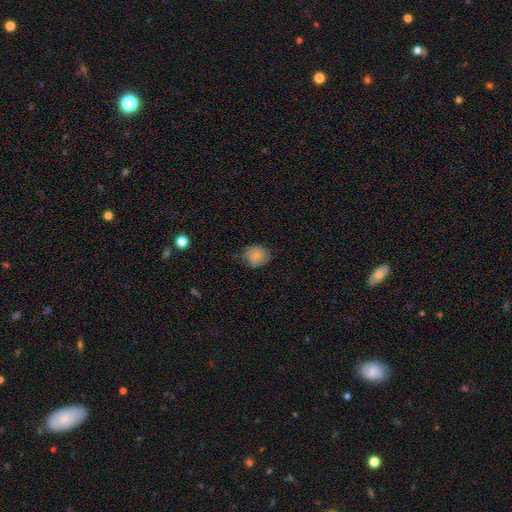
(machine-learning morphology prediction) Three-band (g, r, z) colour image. It shows a smooth galaxy with no disk features (77%) that is round (62%). Merging: none (65%).